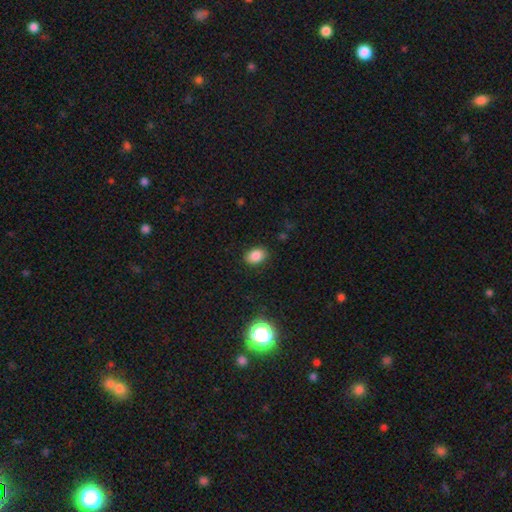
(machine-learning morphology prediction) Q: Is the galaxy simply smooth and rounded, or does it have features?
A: smooth — 84%.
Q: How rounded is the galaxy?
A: in between — 76%.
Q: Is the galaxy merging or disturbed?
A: none — 88%.